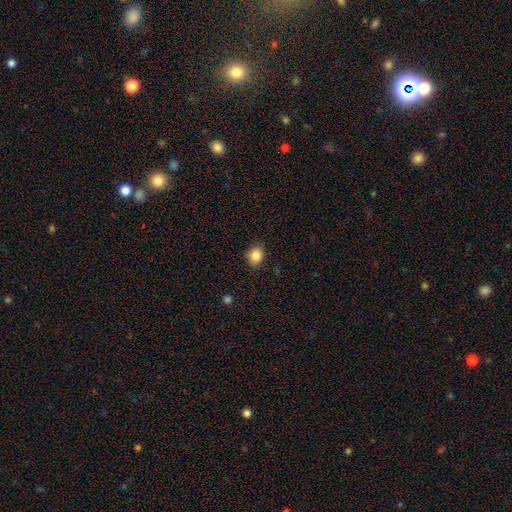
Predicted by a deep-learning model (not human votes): The model was most divided on "how rounded": round: 67%, in between: 32%, cigar-shaped: 1%. More confident: merging — none (86%); smooth or featured — smooth (86%).